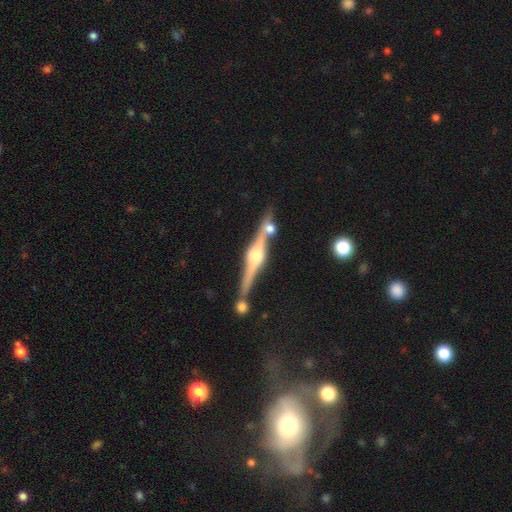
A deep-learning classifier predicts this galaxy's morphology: Smooth or featured?
  - featured or disk: 85% *
  - smooth: 9%
  - star or artifact: 6%
Edge-on disk?
  - yes: 97% *
  - no: 3%
Edge-on bulge?
  - rounded: 91% *
  - boxy: 7%
  - none: 2%
Merging?
  - none: 70% *
  - merger: 18%
  - minor disturbance: 10%
  - major disturbance: 3%